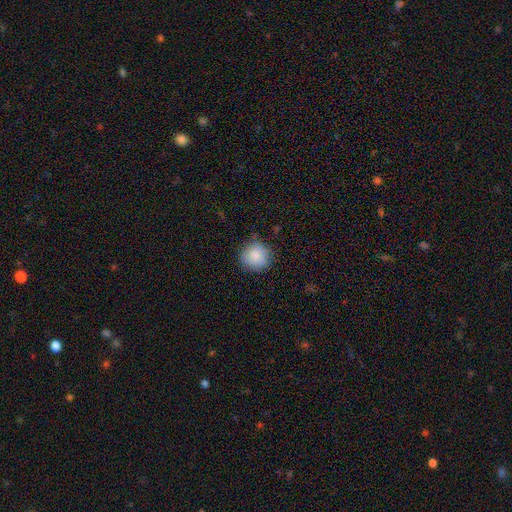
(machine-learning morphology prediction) Smooth or featured?
  - smooth: 87% *
  - star or artifact: 8%
  - featured or disk: 5%
How rounded?
  - round: 92% *
  - in between: 7%
  - cigar-shaped: 1%
Merging?
  - none: 81% *
  - minor disturbance: 15%
  - major disturbance: 3%
  - merger: 1%